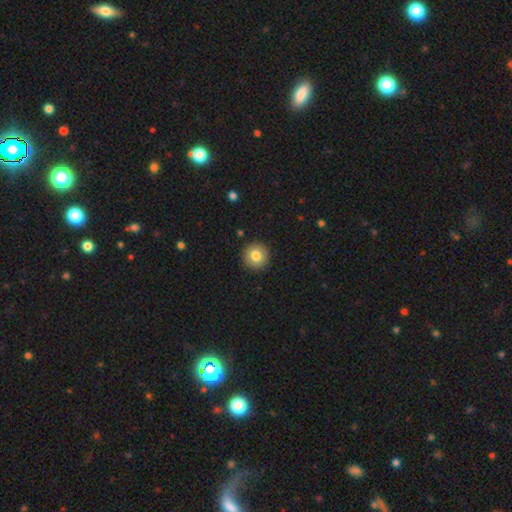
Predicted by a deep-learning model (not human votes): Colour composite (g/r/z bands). It shows a smooth galaxy with no disk features (82%) that is round (95%). Merging: none (92%).